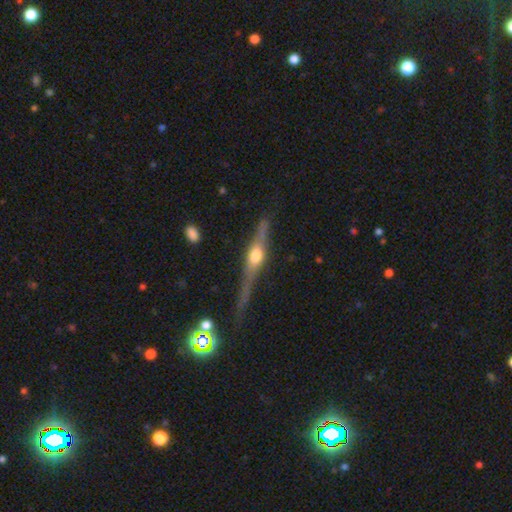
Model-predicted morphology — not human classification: A featured or disk galaxy (73%) viewed edge-on (94%) with a rounded central bulge (89%).

Vote fractions:
- Smooth or featured? featured or disk: 73% / smooth: 21% / star or artifact: 6%
- Edge-on disk? yes: 94% / no: 6%
- Edge-on bulge? rounded: 89% / boxy: 7% / none: 4%
- Merging? none: 66% / minor disturbance: 22% / major disturbance: 9% / merger: 3%